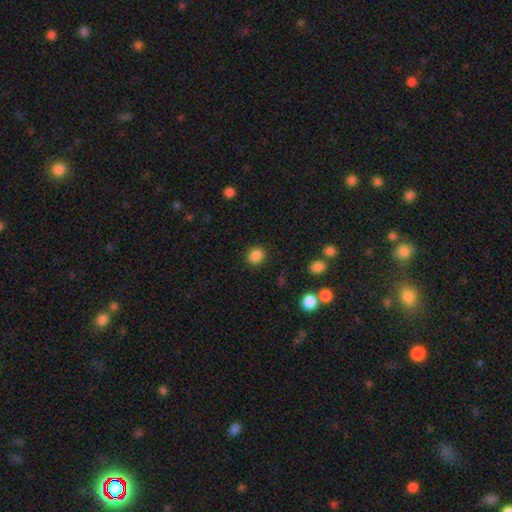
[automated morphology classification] Q: Smooth or featured?
A: smooth (86%); runner-up: star or artifact (11%)
Q: How rounded?
A: round (78%); runner-up: in between (21%)
Q: Merging?
A: none (89%); runner-up: minor disturbance (7%)